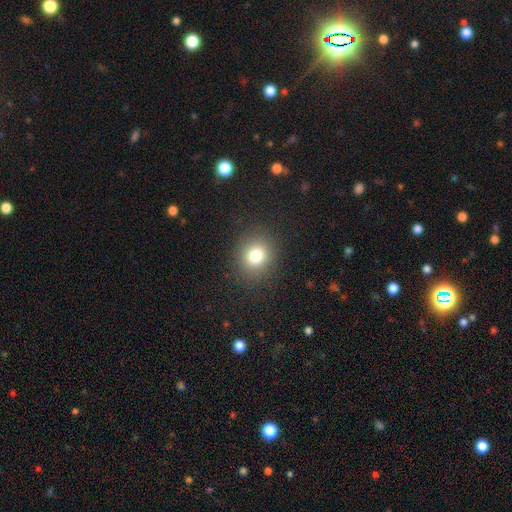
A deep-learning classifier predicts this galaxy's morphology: Smooth or featured: smooth — 79% (star or artifact — 13%)
How rounded: round — 74% (in between — 25%)
Merging: none — 88% (minor disturbance — 7%)